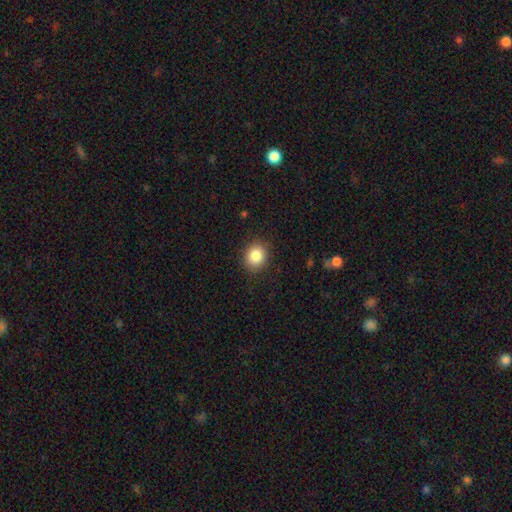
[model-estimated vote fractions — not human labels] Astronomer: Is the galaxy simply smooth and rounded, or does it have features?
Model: smooth — 85%.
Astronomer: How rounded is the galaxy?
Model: round — 59% (runner-up: in between, 40%).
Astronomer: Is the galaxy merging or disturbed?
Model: none — 88%.